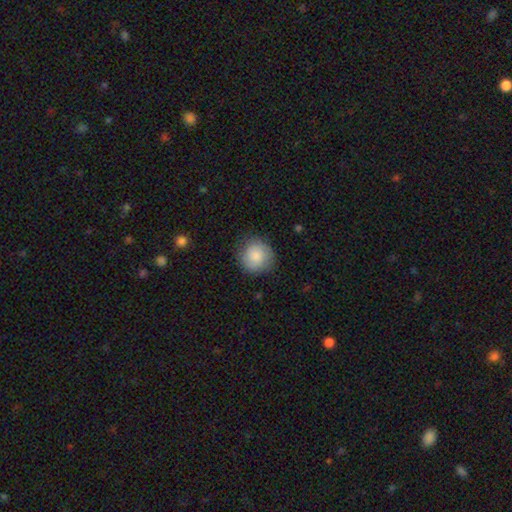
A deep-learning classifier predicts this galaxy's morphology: smooth_or_featured: smooth (p=0.84) [alt: featured or disk p=0.09]
how_rounded: round (p=0.91) [alt: in between p=0.08]
merging: none (p=0.83) [alt: minor disturbance p=0.13]